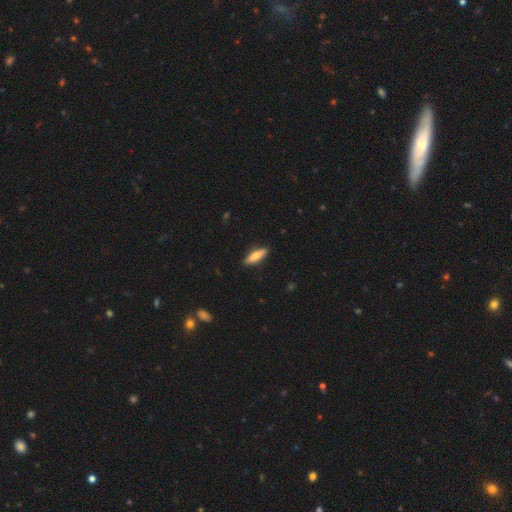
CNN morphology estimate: The model was most divided on "how rounded": cigar-shaped: 63%, in between: 35%, round: 2%. More confident: merging — none (88%); smooth or featured — smooth (65%).